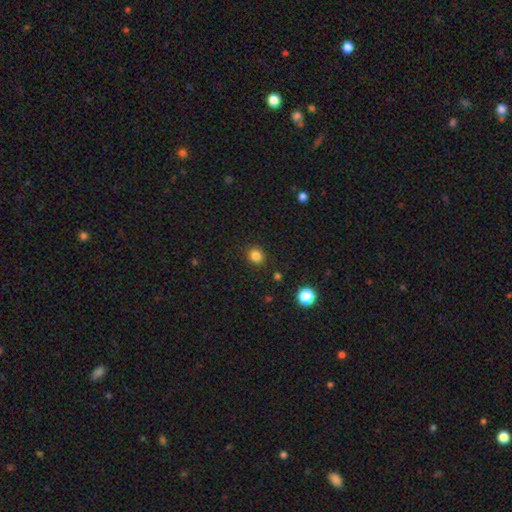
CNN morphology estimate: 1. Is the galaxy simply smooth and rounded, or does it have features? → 83% smooth, 13% star or artifact, 4% featured or disk.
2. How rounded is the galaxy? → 82% round, 17% in between, 1% cigar-shaped.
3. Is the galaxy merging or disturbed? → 89% none, 8% minor disturbance, 2% major disturbance, 1% merger.